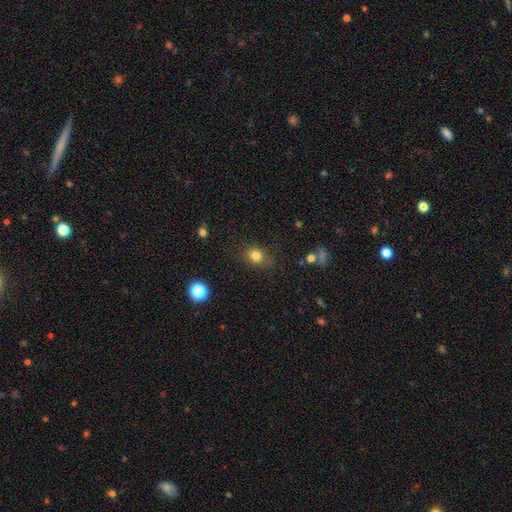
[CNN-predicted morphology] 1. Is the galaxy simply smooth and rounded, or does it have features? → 80% smooth, 13% star or artifact, 7% featured or disk.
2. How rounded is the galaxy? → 62% round, 37% in between, 1% cigar-shaped.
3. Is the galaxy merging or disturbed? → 77% none, 16% minor disturbance, 5% major disturbance, 2% merger.